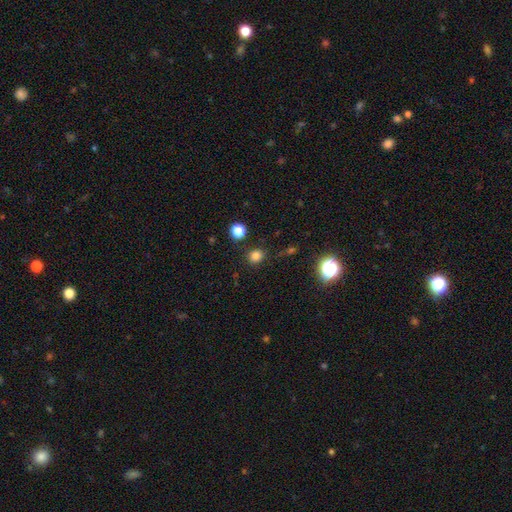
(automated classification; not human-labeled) This appears to be a smooth galaxy with no disk features (79%) that is round (79%). Merging: none (84%).